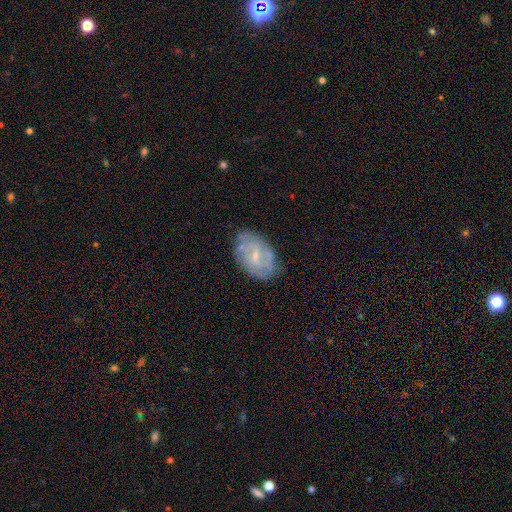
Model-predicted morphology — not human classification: This is likely a featured or disk galaxy (65%). It is clearly not viewed edge-on (96%). Bar: possibly weak (51%). Spiral arm pattern: likely yes (66%). Central bulge: likely small (63%). Merging: likely none (70%).